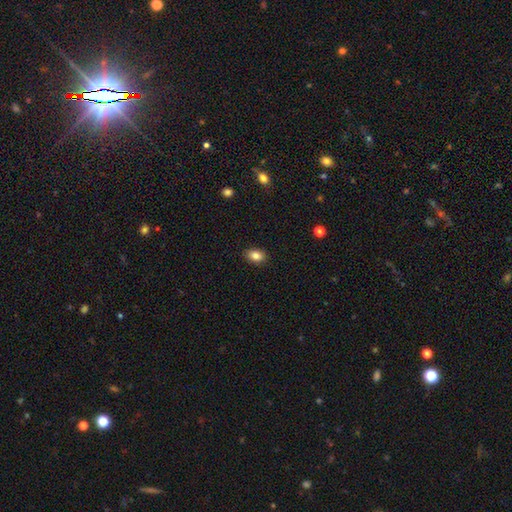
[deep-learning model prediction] This is clearly a smooth galaxy (84%). How rounded: clearly in between (80%). Merging: clearly none (88%).